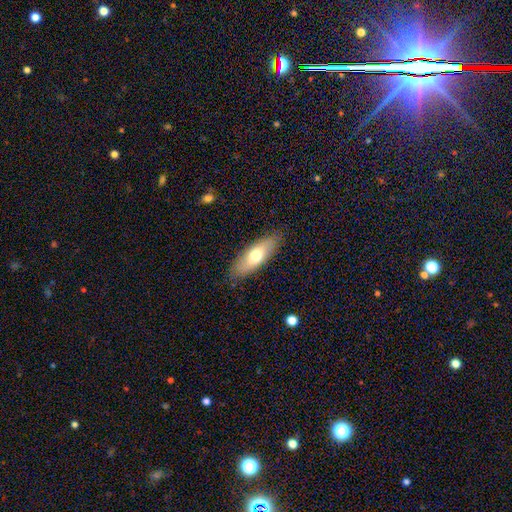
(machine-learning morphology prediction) This appears to be a smooth galaxy with no disk features (65%) that is in between round and cigar-shaped (65%). Merging: none (86%).